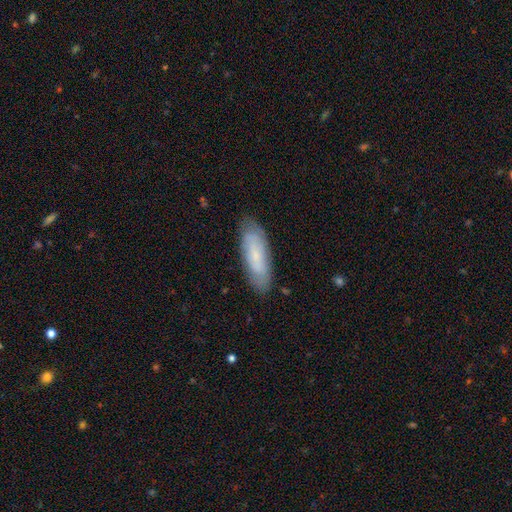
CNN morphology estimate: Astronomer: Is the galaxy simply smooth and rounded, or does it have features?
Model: smooth — 58% (runner-up: featured or disk, 36%).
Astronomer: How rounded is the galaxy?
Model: in between — 55% (runner-up: cigar-shaped, 43%).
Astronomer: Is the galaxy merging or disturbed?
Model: none — 81%.